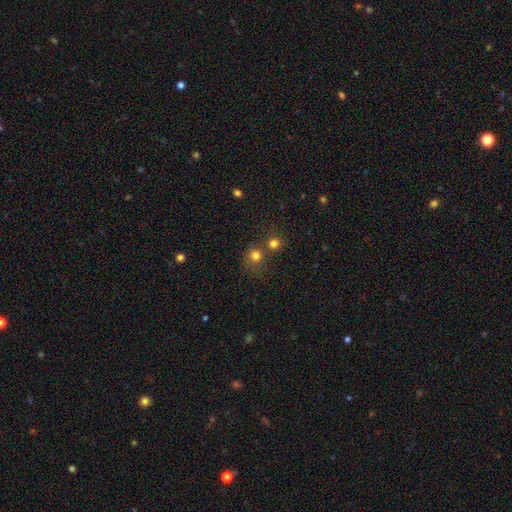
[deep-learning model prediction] Smooth or featured: smooth — 75% (star or artifact — 16%)
How rounded: round — 86% (in between — 13%)
Merging: none — 53% (merger — 33%)